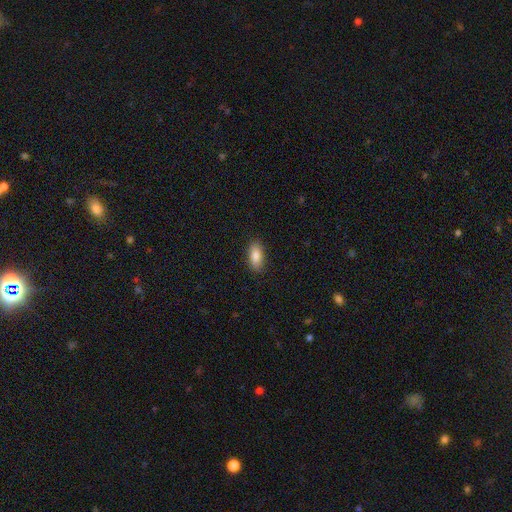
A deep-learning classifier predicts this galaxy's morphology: smooth_or_featured: smooth (p=0.86) [alt: featured or disk p=0.08]
how_rounded: in between (p=0.88) [alt: cigar-shaped p=0.09]
merging: none (p=0.88) [alt: minor disturbance p=0.09]